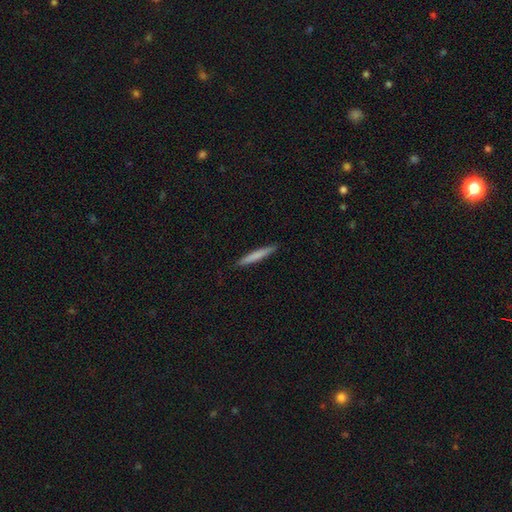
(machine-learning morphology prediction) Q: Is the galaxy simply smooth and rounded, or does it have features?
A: smooth — 73%.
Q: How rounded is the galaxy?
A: cigar-shaped — 96%.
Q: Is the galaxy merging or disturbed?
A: none — 91%.